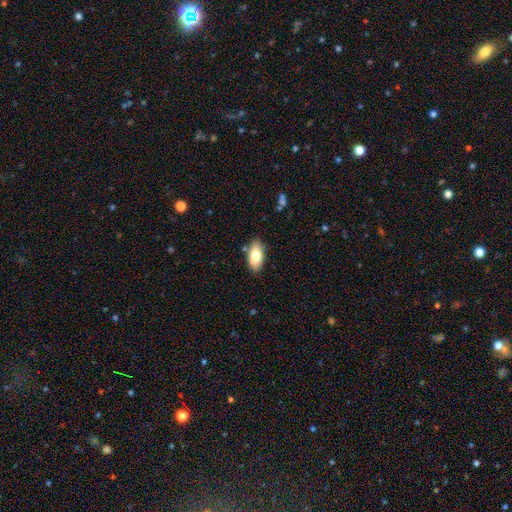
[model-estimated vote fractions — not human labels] A smooth galaxy with no disk features (79%) that is in between round and cigar-shaped (91%). Merging: none (83%).